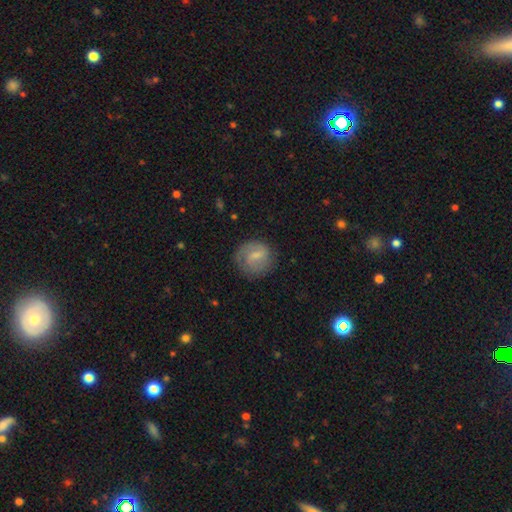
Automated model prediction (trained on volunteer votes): Morphology: type=smooth (48%); merging=none (68%).